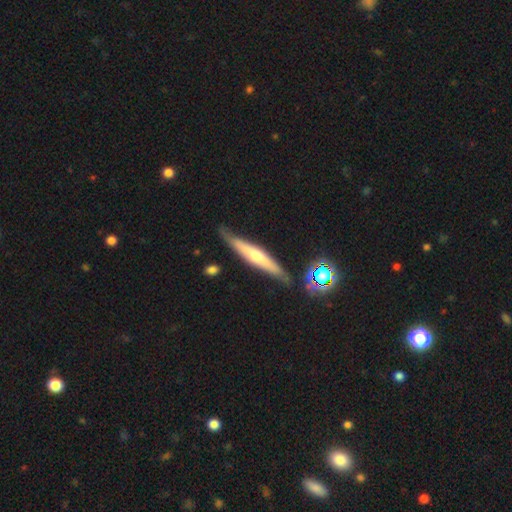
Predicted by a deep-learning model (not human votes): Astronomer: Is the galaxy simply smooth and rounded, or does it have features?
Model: featured or disk — 53% (runner-up: smooth, 39%).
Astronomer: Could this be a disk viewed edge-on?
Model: yes — 90%.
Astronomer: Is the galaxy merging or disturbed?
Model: none — 77%.